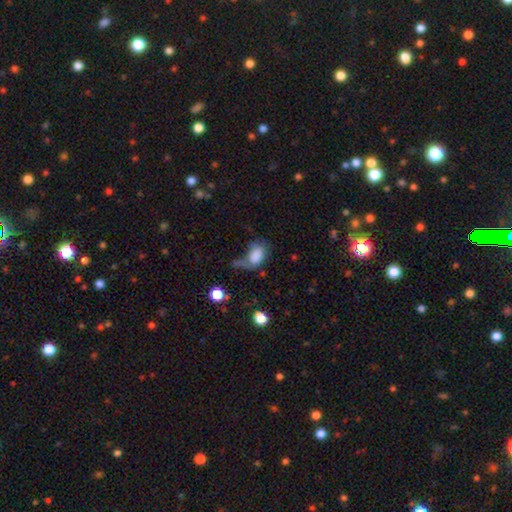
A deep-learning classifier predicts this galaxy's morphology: Smooth or featured: smooth — 77% (featured or disk — 13%)
How rounded: in between — 84% (round — 15%)
Merging: major disturbance — 37% (none — 26%)